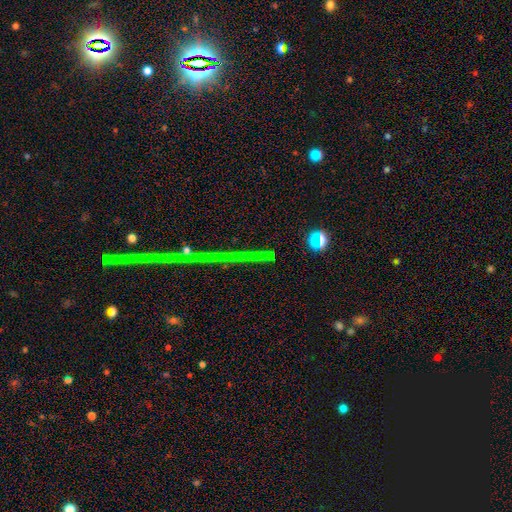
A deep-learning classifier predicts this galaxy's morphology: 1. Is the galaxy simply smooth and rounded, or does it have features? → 76% star or artifact, 13% featured or disk, 12% smooth.